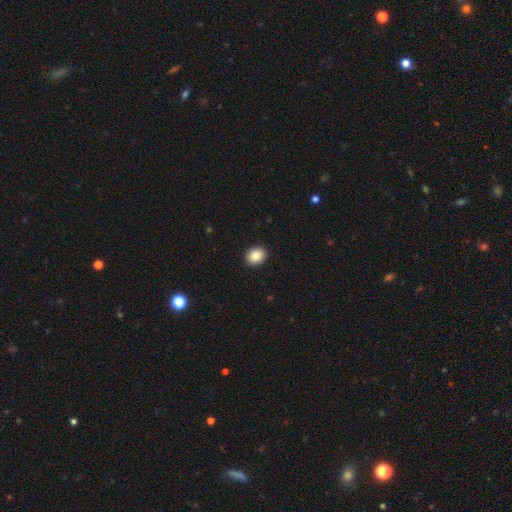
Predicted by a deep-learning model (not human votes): This is clearly a smooth galaxy (85%). How rounded: possibly round (53%). Merging: clearly none (92%).